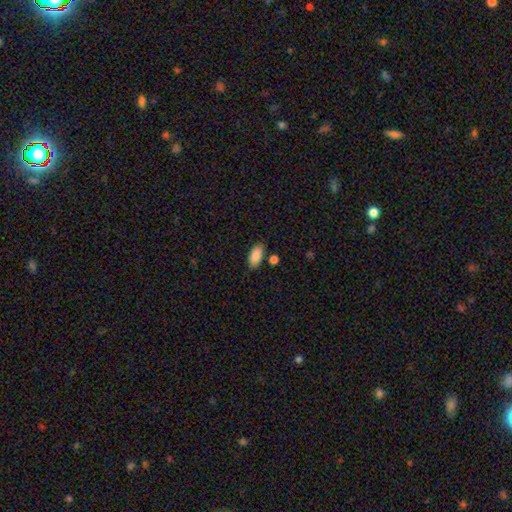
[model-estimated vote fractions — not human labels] This appears to be a smooth galaxy with no disk features (88%) that is in between round and cigar-shaped (92%). Merging: none (81%).